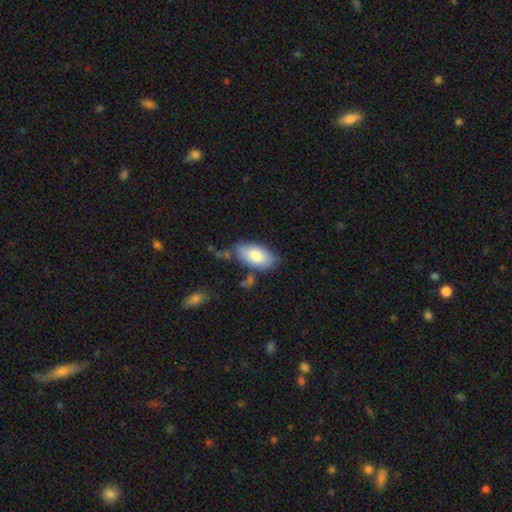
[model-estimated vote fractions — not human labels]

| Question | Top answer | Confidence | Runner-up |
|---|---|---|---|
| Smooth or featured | smooth | 82% | featured or disk (13%) |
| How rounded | in between | 94% | cigar-shaped (3%) |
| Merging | none | 70% | minor disturbance (20%) |